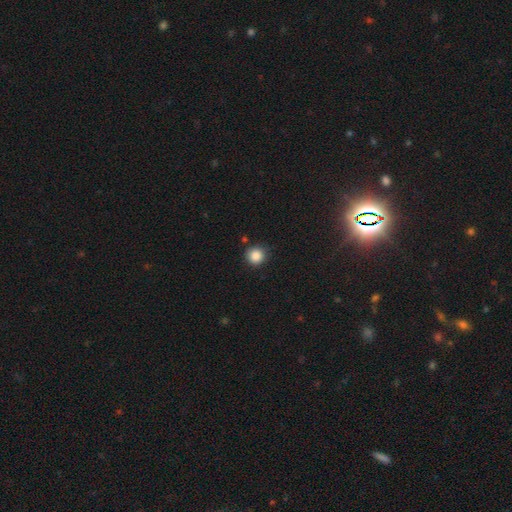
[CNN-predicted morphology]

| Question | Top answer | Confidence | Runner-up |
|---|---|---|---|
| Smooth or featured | smooth | 87% | star or artifact (10%) |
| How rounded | round | 93% | in between (6%) |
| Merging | none | 87% | minor disturbance (8%) |